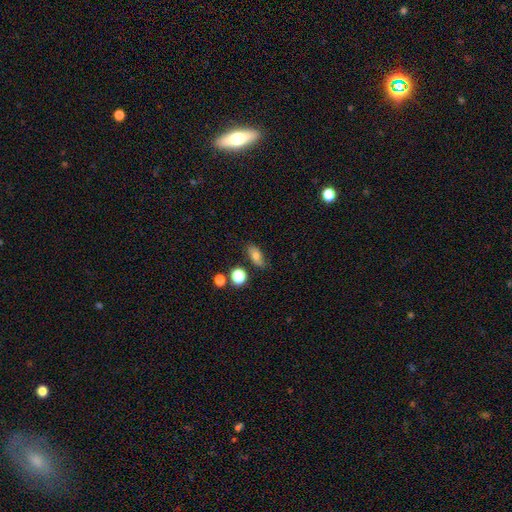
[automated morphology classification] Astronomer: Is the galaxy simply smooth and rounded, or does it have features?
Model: smooth — 71%.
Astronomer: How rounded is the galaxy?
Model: in between — 81%.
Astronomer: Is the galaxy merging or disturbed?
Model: none — 77%.